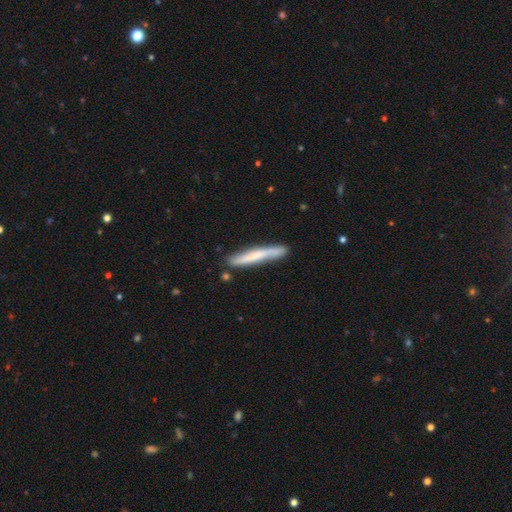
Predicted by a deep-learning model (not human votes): Q: Smooth or featured?
A: smooth (56%); runner-up: featured or disk (39%)
Q: How rounded?
A: cigar-shaped (96%); runner-up: in between (3%)
Q: Merging?
A: none (81%); runner-up: minor disturbance (14%)